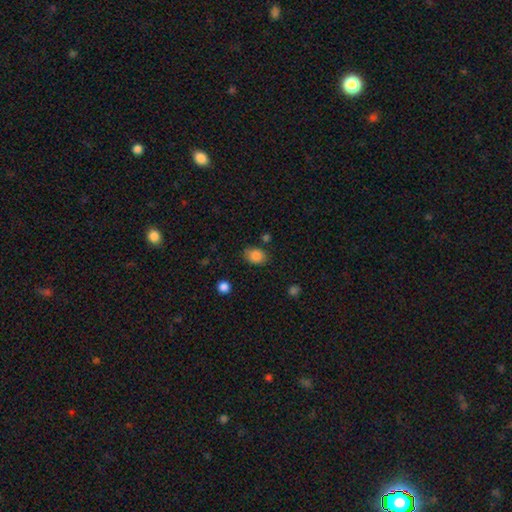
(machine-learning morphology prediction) type=smooth (86%); roundness=in between (61%); merging=none (76%).